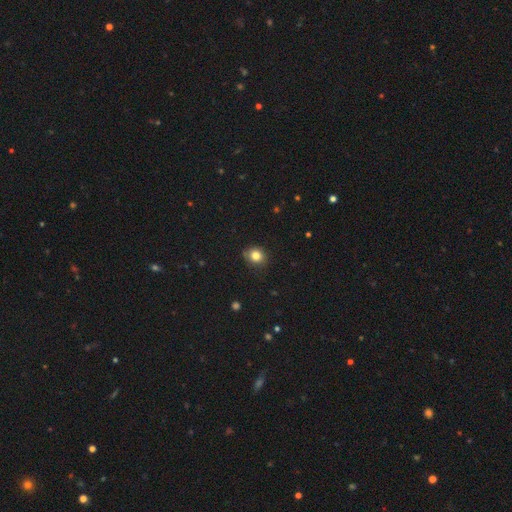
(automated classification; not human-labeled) Smooth or featured? Predicted: smooth (p=0.82). How rounded? Predicted: round (p=0.71). Merging? Predicted: none (p=0.80).